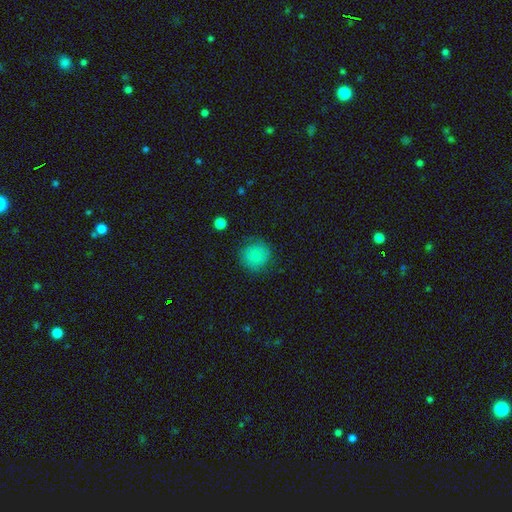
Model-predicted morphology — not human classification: Smooth or featured? smooth (75%)
How rounded? round (91%)
Merging? none (77%)